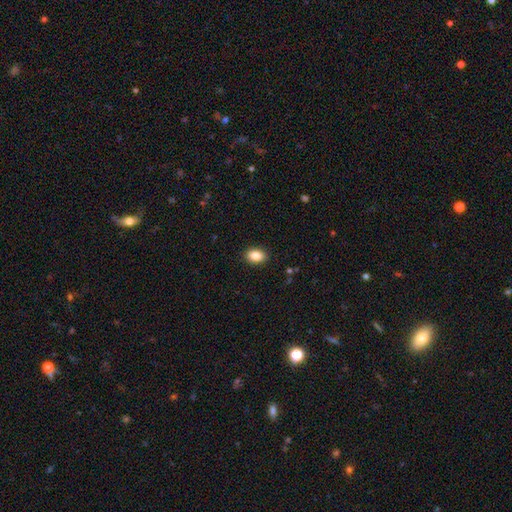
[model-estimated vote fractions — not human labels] A smooth galaxy with no disk features (86%) that is in between round and cigar-shaped (80%). Merging: none (90%).